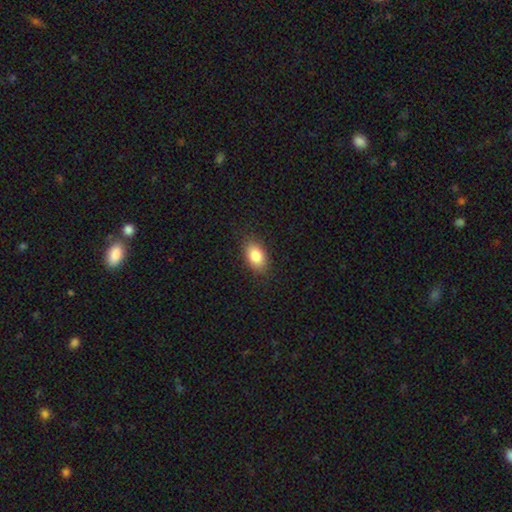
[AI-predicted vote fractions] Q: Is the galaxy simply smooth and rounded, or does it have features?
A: smooth — 85%.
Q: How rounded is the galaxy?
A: in between — 89%.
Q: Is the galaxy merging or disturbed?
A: none — 86%.